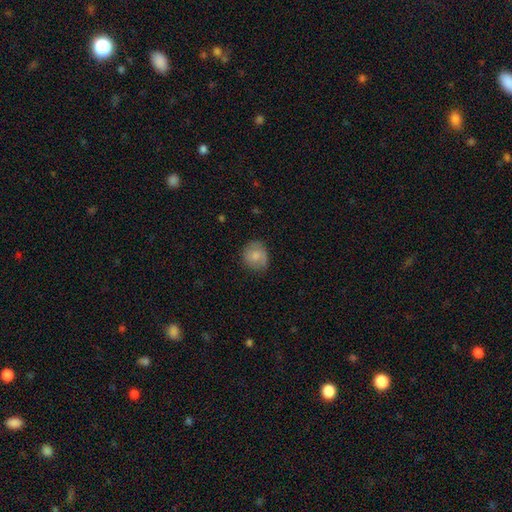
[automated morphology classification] Smooth or featured?
  - smooth: 73% *
  - featured or disk: 19%
  - star or artifact: 8%
How rounded?
  - round: 80% *
  - in between: 19%
  - cigar-shaped: 1%
Merging?
  - none: 71% *
  - minor disturbance: 23%
  - major disturbance: 5%
  - merger: 1%